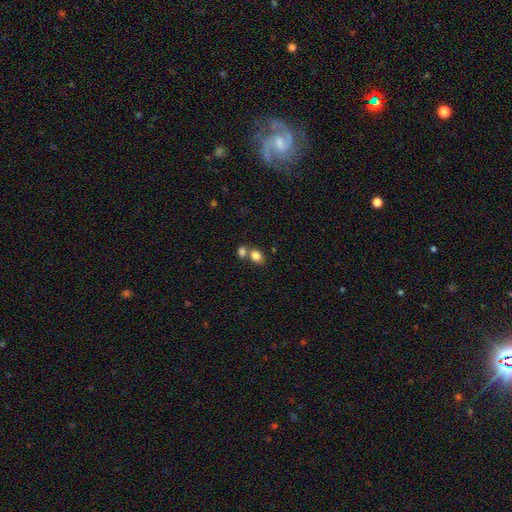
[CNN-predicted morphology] type=smooth (82%); roundness=in between (65%); merging=none (46%).